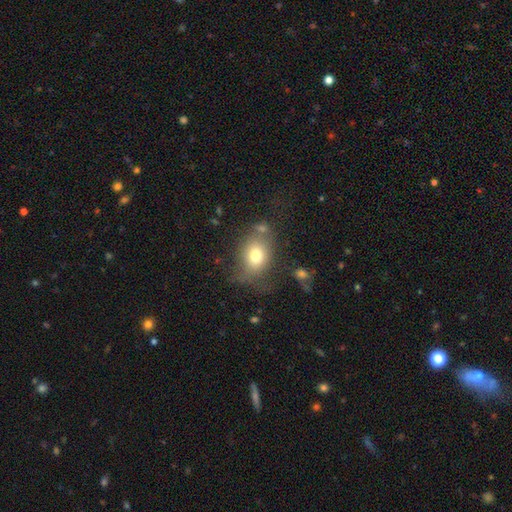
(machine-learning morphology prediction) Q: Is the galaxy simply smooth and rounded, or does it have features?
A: smooth — 73%.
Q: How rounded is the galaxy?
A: in between — 63%.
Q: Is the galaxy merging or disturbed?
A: none — 53%.